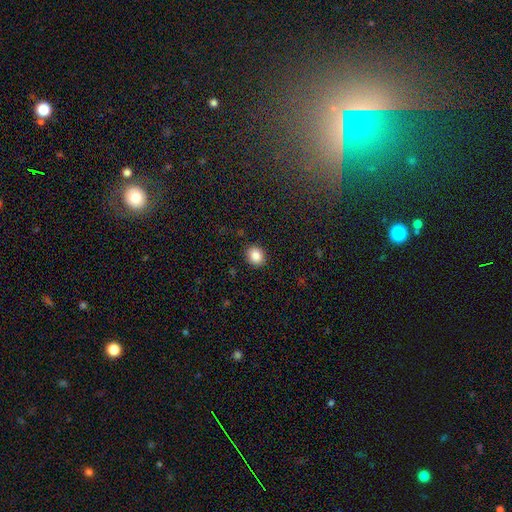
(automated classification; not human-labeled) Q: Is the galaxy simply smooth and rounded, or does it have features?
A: smooth — 87%.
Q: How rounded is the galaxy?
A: round — 71%.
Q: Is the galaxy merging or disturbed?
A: none — 90%.